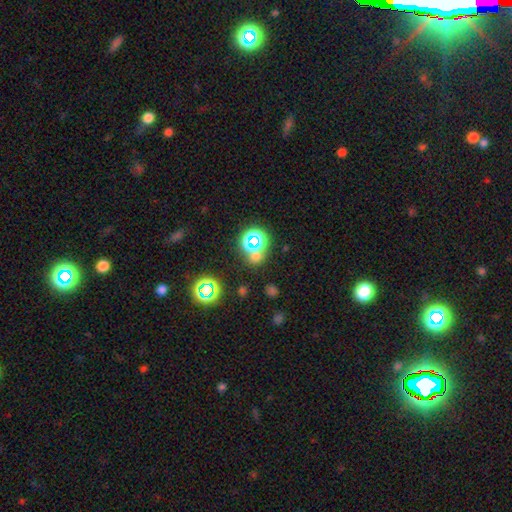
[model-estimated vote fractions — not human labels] Smooth or featured? star or artifact (54%)